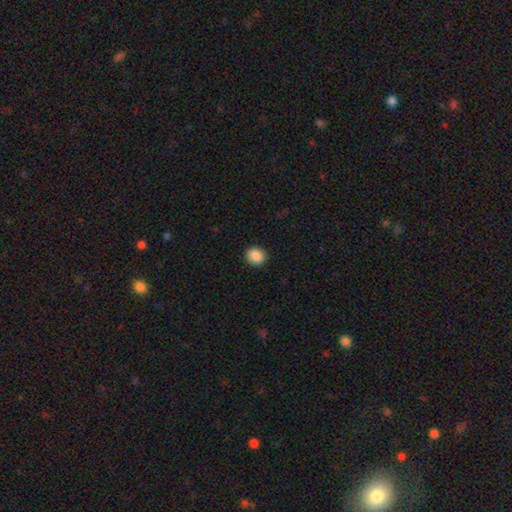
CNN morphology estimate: A smooth galaxy with no disk features (88%) that is round (78%). Merging: none (91%).